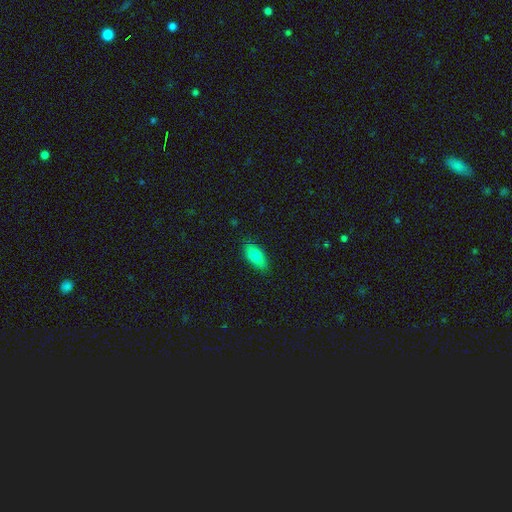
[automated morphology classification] smooth_or_featured: smooth (p=0.81) [alt: featured or disk p=0.12]
how_rounded: in between (p=0.88) [alt: cigar-shaped p=0.09]
merging: none (p=0.86) [alt: minor disturbance p=0.11]